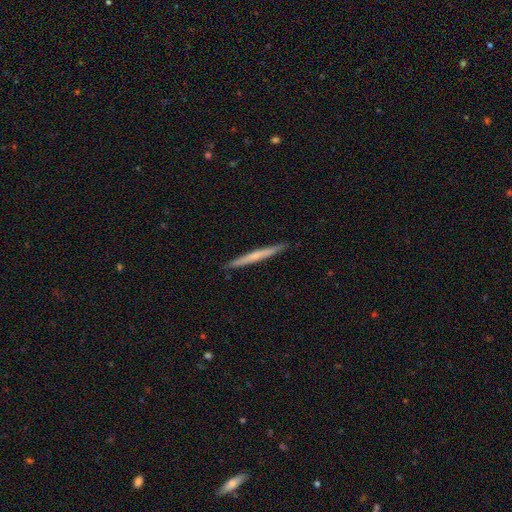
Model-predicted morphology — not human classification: Smooth or featured?
  - smooth: 50% *
  - featured or disk: 44%
  - star or artifact: 6%
How rounded?
  - cigar-shaped: 97% *
  - in between: 2%
  - round: 1%
Merging?
  - none: 92% *
  - minor disturbance: 6%
  - major disturbance: 1%
  - merger: 1%